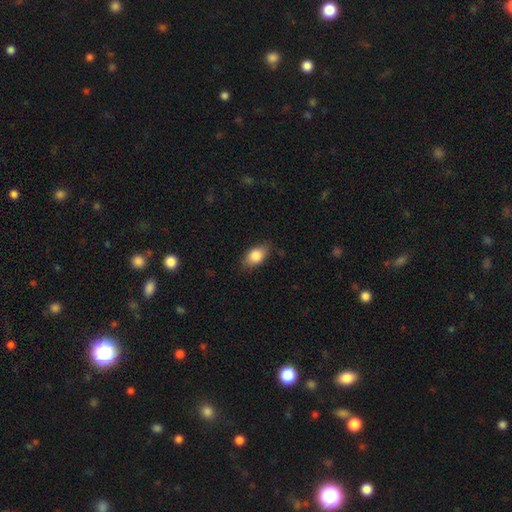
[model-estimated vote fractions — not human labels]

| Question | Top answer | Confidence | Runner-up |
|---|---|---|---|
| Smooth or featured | smooth | 81% | featured or disk (11%) |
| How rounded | in between | 85% | round (11%) |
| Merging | none | 79% | minor disturbance (17%) |